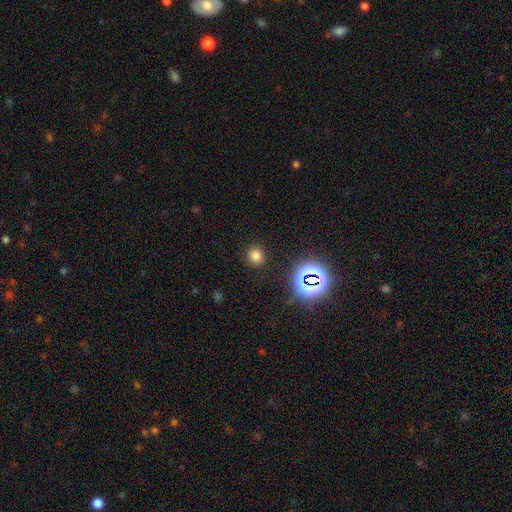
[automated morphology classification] A smooth galaxy with no disk features (74%) that is round (85%).

Vote fractions:
- Smooth or featured? smooth: 74% / star or artifact: 20% / featured or disk: 6%
- How rounded? round: 85% / in between: 14% / cigar-shaped: 1%
- Merging? none: 88% / minor disturbance: 7% / major disturbance: 3% / merger: 2%